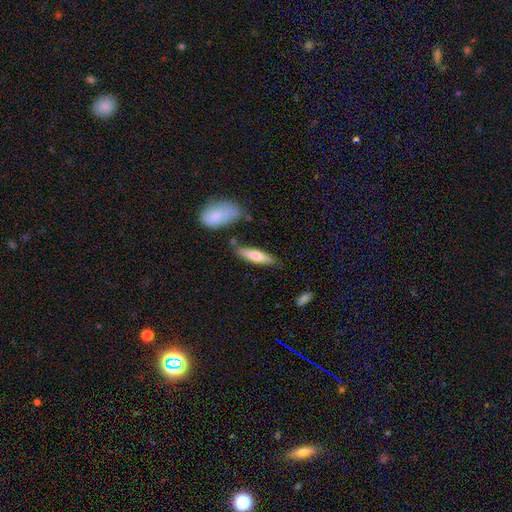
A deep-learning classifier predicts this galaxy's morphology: Smooth or featured? Predicted: smooth (p=0.68). How rounded? Predicted: cigar-shaped (p=0.69). Merging? Predicted: none (p=0.73).